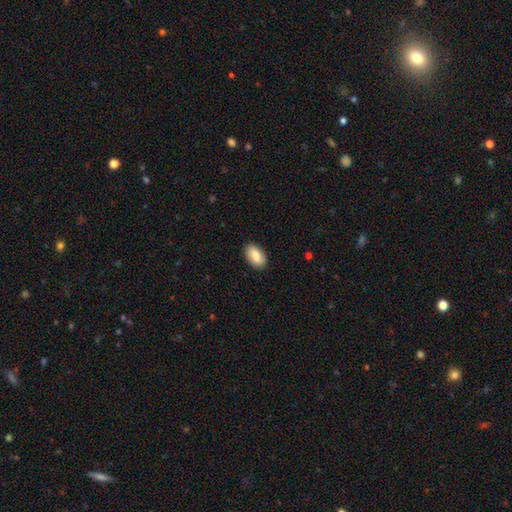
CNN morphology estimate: The model was most divided on "smooth or featured": smooth: 80%, featured or disk: 14%, star or artifact: 6%. More confident: how rounded — in between (93%); merging — none (88%).